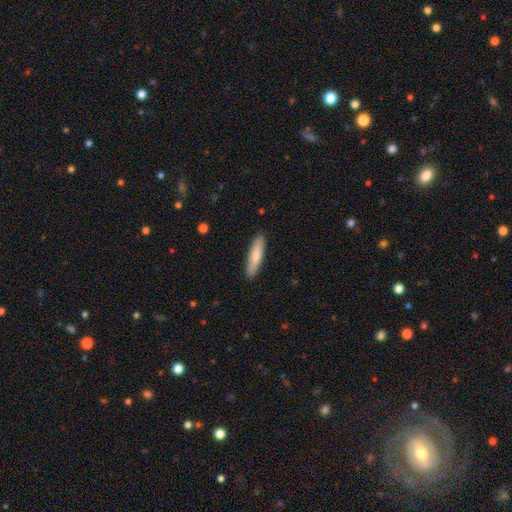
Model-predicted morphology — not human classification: smooth-or-featured: smooth: 75% | featured or disk: 20% | star or artifact: 5%
  how-rounded: cigar-shaped: 84% | in between: 14% | round: 1%
  merging: none: 90% | minor disturbance: 7% | major disturbance: 2% | merger: 1%